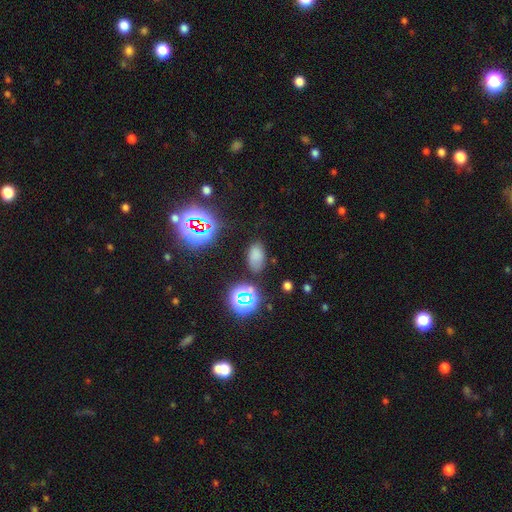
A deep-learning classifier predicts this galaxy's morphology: smooth-or-featured: smooth: 66% | star or artifact: 26% | featured or disk: 8%
  how-rounded: in between: 91% | round: 7% | cigar-shaped: 2%
  merging: none: 78% | minor disturbance: 14% | major disturbance: 5% | merger: 3%